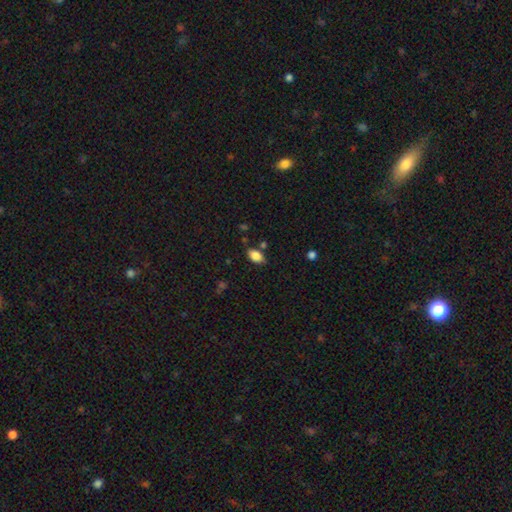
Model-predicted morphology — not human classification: Smooth or featured: smooth — 84% (star or artifact — 8%)
How rounded: in between — 91% (round — 6%)
Merging: none — 77% (minor disturbance — 15%)